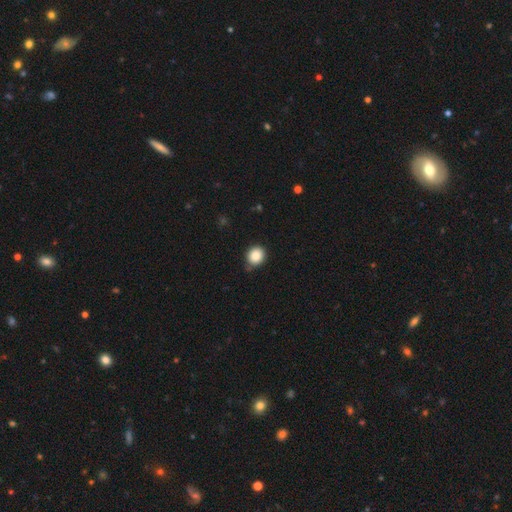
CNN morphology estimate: Smooth or featured? smooth (85%)
How rounded? round (76%)
Merging? none (80%)